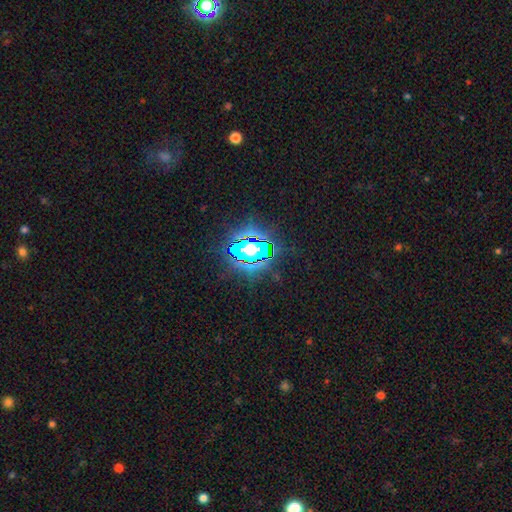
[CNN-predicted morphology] A star or artifact, not a galaxy (78%).